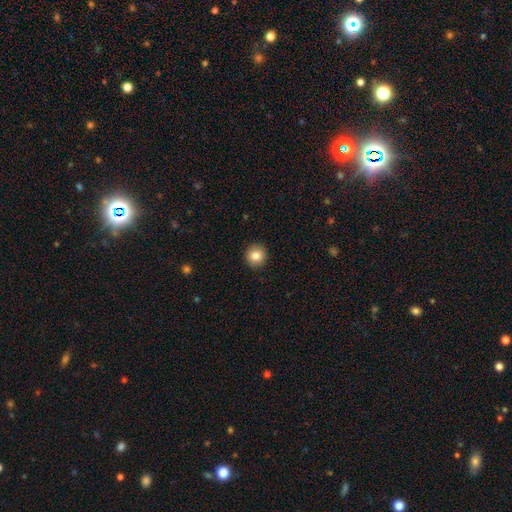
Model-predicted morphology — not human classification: The model was most divided on "smooth or featured": smooth: 84%, star or artifact: 9%, featured or disk: 7%. More confident: how rounded — round (92%); merging — none (92%).